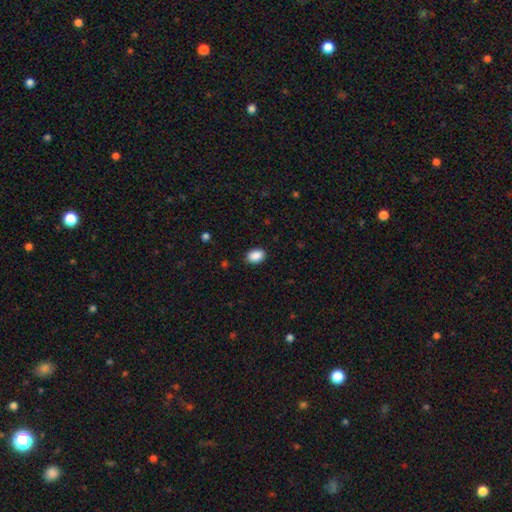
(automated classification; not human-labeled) Morphology: type=smooth (90%); roundness=in between (85%); merging=none (87%).